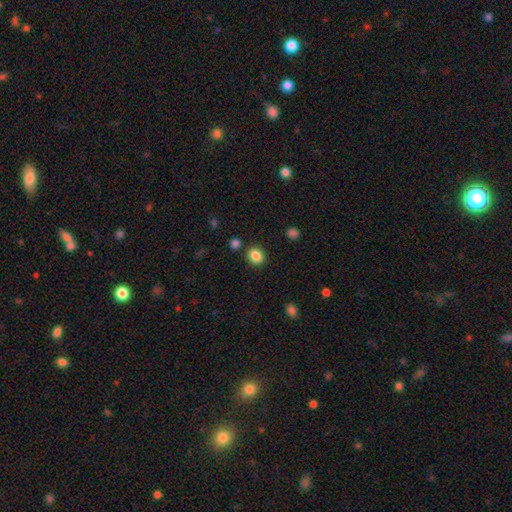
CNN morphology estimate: A smooth galaxy with no disk features (86%) that is round (69%). Merging: none (85%).